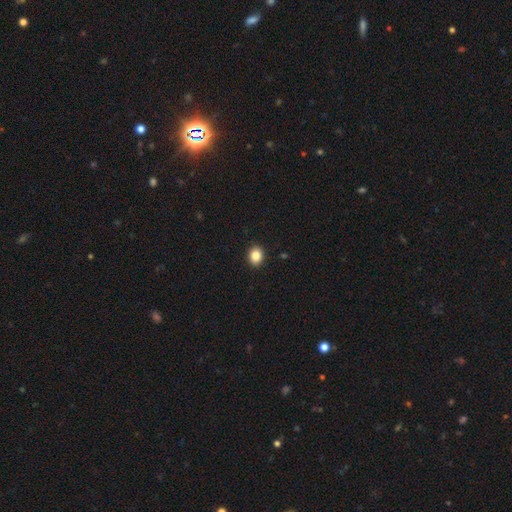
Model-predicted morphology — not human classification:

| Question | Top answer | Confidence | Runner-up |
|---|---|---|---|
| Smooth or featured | smooth | 86% | star or artifact (10%) |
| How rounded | round | 61% | in between (39%) |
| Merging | none | 92% | minor disturbance (5%) |